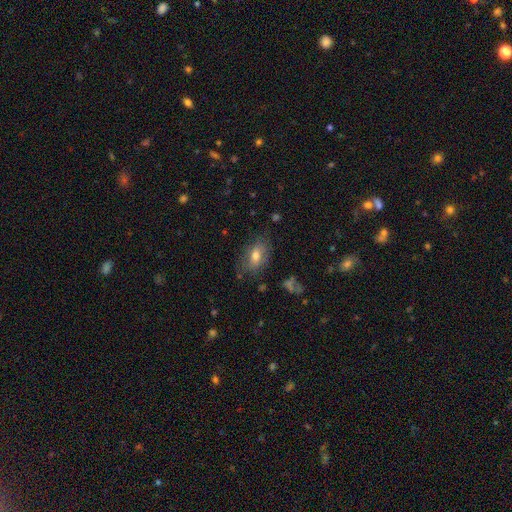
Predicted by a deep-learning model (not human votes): smooth_or_featured: smooth (p=0.69) [alt: featured or disk p=0.22]
how_rounded: in between (p=0.85) [alt: round p=0.11]
merging: none (p=0.71) [alt: minor disturbance p=0.20]